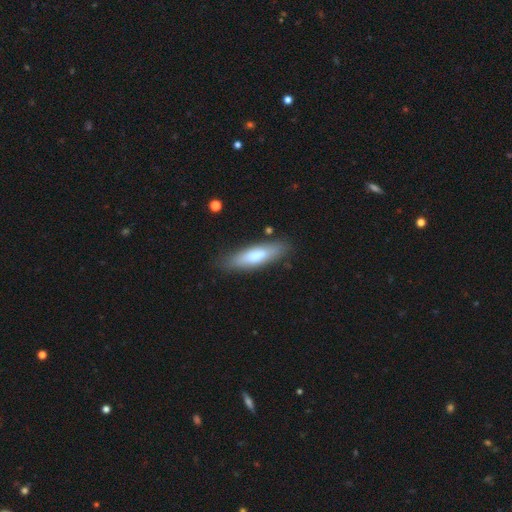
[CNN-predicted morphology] smooth 72%, featured or disk 22%, star or artifact 6%. Down the decision tree: how rounded — cigar-shaped (56%); merging — none (81%).